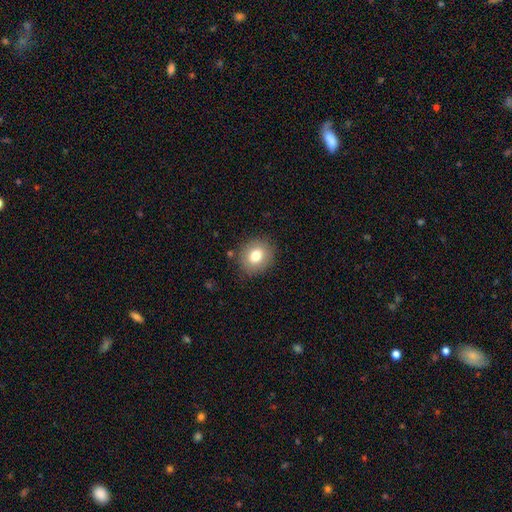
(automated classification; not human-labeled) smooth_or_featured: smooth (p=0.77) [alt: featured or disk p=0.13]
how_rounded: round (p=0.75) [alt: in between p=0.24]
merging: none (p=0.87) [alt: minor disturbance p=0.09]